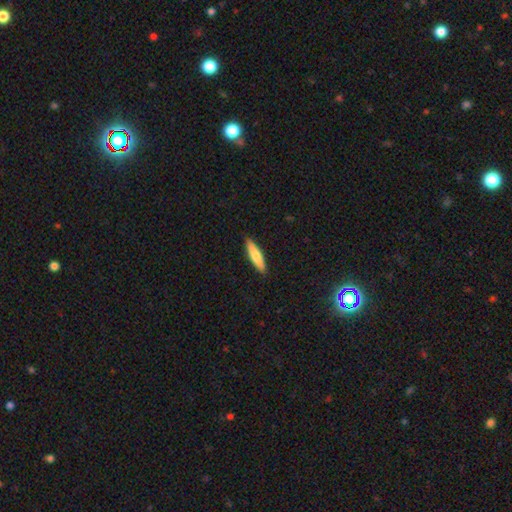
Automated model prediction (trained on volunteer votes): Q: Smooth or featured?
A: smooth (73%); runner-up: featured or disk (22%)
Q: How rounded?
A: cigar-shaped (78%); runner-up: in between (20%)
Q: Merging?
A: none (90%); runner-up: minor disturbance (7%)